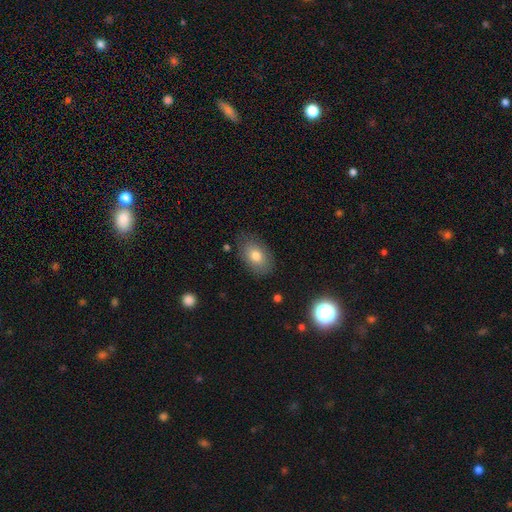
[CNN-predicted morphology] Smooth or featured? smooth (76%)
How rounded? in between (86%)
Merging? none (78%)